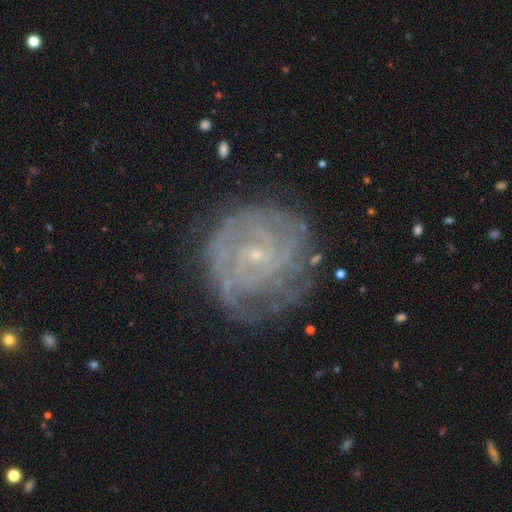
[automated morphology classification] type=featured or disk (81%); edge-on=no (97%); bar=no (56%); spiral arms=yes (92%); winding=tight (72%); arm count=can't tell (40%); bulge=small (85%); merging=none (73%).